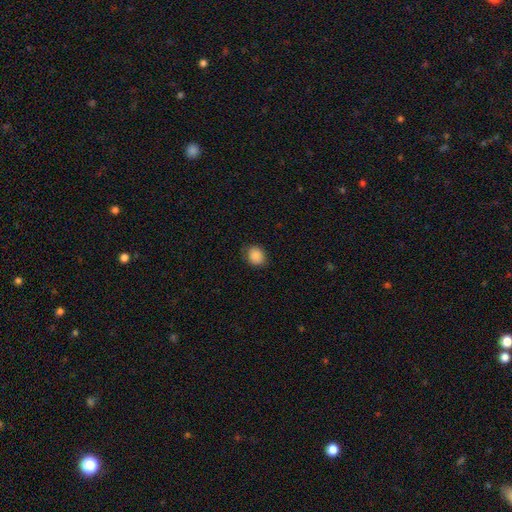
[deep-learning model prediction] Smooth or featured?
  - smooth: 88% *
  - star or artifact: 8%
  - featured or disk: 4%
How rounded?
  - round: 62% *
  - in between: 37%
  - cigar-shaped: 1%
Merging?
  - none: 80% *
  - minor disturbance: 15%
  - major disturbance: 4%
  - merger: 1%